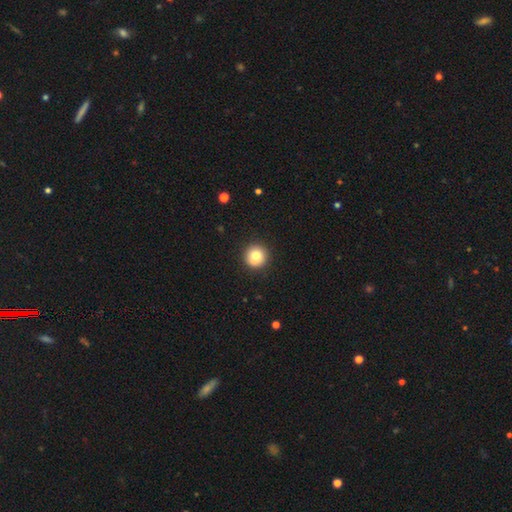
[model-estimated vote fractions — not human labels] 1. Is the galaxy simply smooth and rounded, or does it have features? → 81% smooth, 10% featured or disk, 10% star or artifact.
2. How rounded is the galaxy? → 96% round, 3% in between, 1% cigar-shaped.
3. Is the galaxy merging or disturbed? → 91% none, 6% minor disturbance, 2% major disturbance, 1% merger.